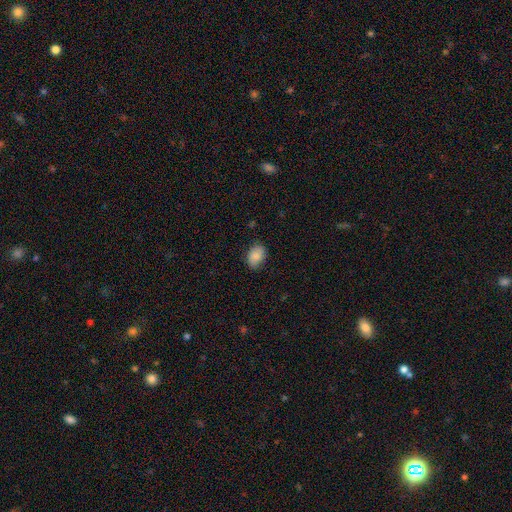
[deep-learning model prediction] Smooth or featured?
  - smooth: 86% *
  - star or artifact: 7%
  - featured or disk: 6%
How rounded?
  - in between: 77% *
  - round: 22%
  - cigar-shaped: 1%
Merging?
  - none: 77% *
  - minor disturbance: 18%
  - major disturbance: 4%
  - merger: 1%